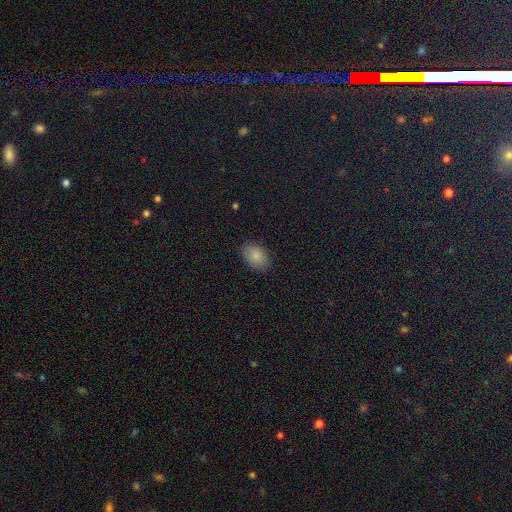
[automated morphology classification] smooth 86%, star or artifact 8%, featured or disk 6%. Down the decision tree: how rounded — in between (87%); merging — none (84%).